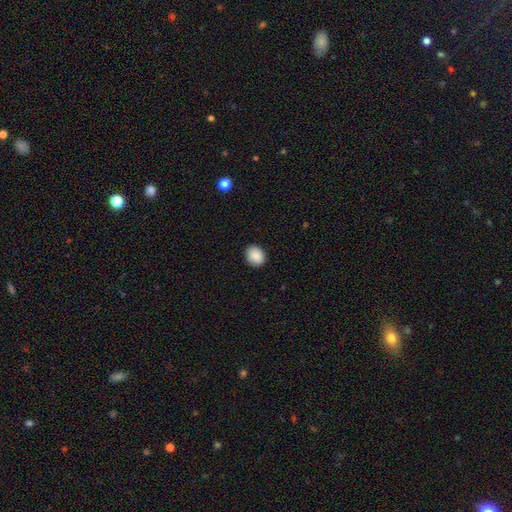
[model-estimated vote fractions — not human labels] This is clearly a smooth galaxy (88%). How rounded: likely round (64%). Merging: clearly none (89%).